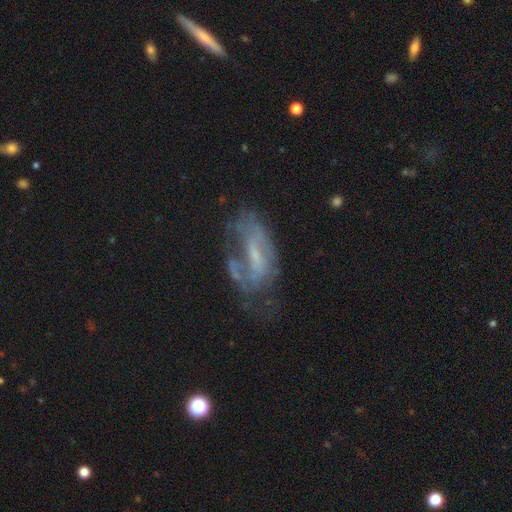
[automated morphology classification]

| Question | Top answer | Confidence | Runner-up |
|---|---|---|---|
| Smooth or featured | featured or disk | 66% | smooth (23%) |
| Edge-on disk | no | 92% | yes (8%) |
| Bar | weak | 41% | no (40%) |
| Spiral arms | yes | 53% | no (47%) |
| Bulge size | small | 47% | none (29%) |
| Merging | none | 39% | major disturbance (30%) |